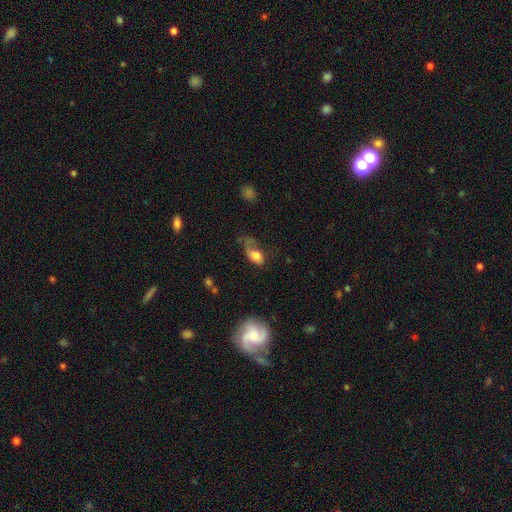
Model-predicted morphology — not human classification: The model was most divided on "merging": major disturbance: 42%, minor disturbance: 28%, none: 26%, merger: 4%. More confident: how rounded — in between (87%); smooth or featured — smooth (73%).